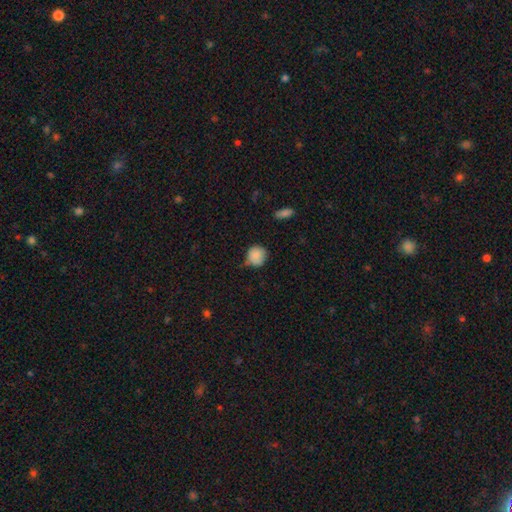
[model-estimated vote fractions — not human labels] smooth 86%, star or artifact 8%, featured or disk 6%. Down the decision tree: how rounded — round (90%); merging — none (66%).